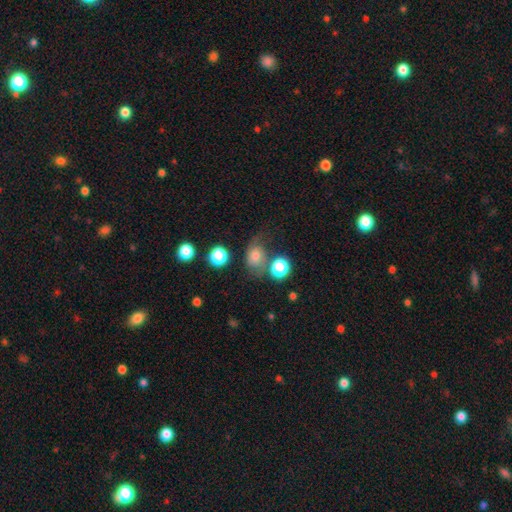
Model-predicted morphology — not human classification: smooth 60%, featured or disk 25%, star or artifact 15%. Down the decision tree: how rounded — round (59%); merging — none (46%).